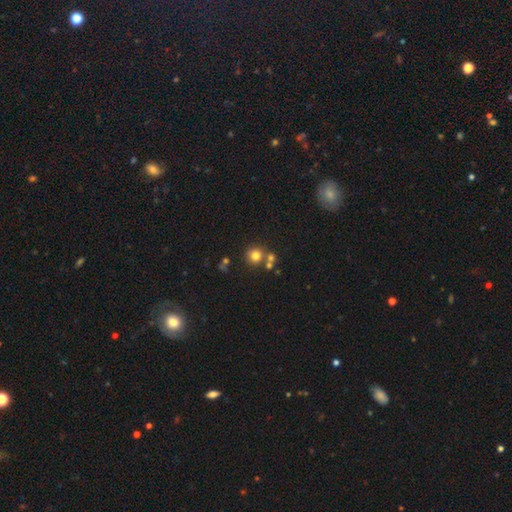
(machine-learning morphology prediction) type=smooth (75%); roundness=round (90%); merging=none (65%).